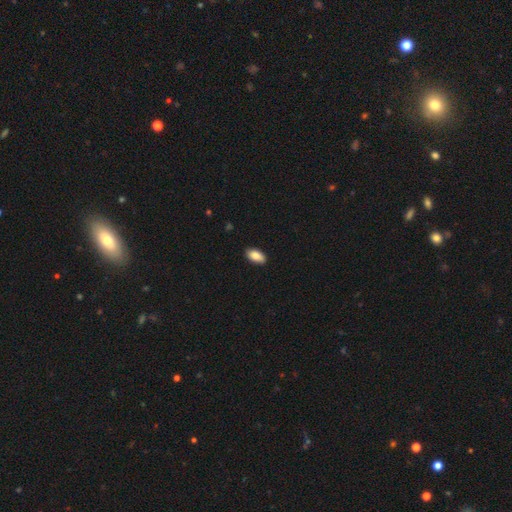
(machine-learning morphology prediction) Smooth or featured? Predicted: smooth (p=0.87). How rounded? Predicted: in between (p=0.94). Merging? Predicted: none (p=0.87).